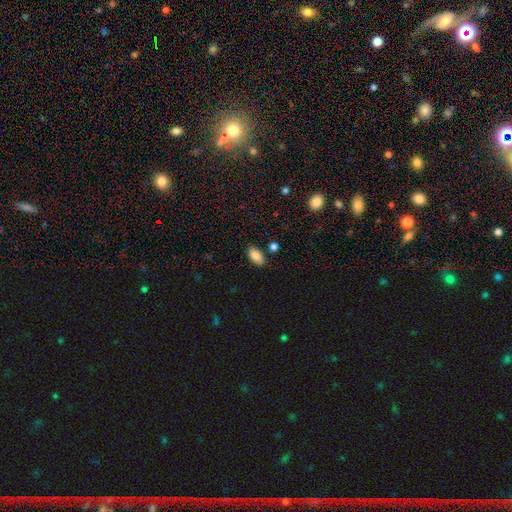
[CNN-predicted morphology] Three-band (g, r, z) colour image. It shows a smooth galaxy with no disk features (85%) that is in between round and cigar-shaped (93%). Merging: none (84%).